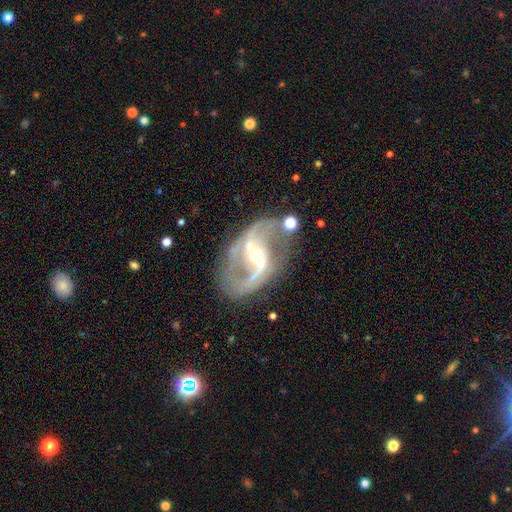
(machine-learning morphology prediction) Overall: featured or disk (90%). Edge-on disk: no (97%). Bar: strong (49%; weak 33%). Spiral arms: yes (95%). Spiral arm count: 2 (91%). Spiral winding: loose (45%; medium 44%). Bulge size: small (49%; moderate 46%). Merging: none (67%).